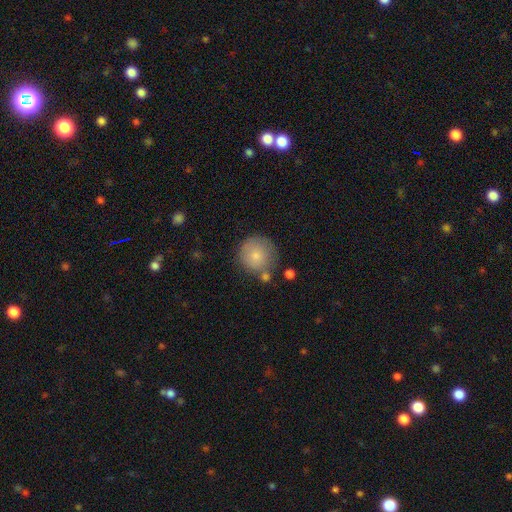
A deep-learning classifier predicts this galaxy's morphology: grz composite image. It shows a smooth galaxy with no disk features (79%) that is round (94%). Merging: none (67%).